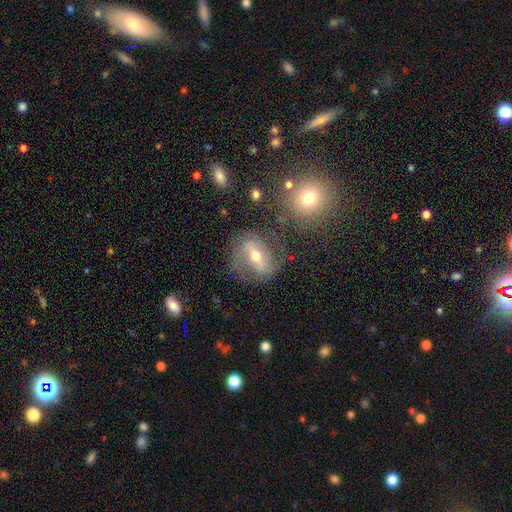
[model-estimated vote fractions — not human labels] This appears to be a featured or disk galaxy (70%) with a strong bar (52%), spiral arms (75%) and a moderate central bulge (70%). Merging: none (67%).